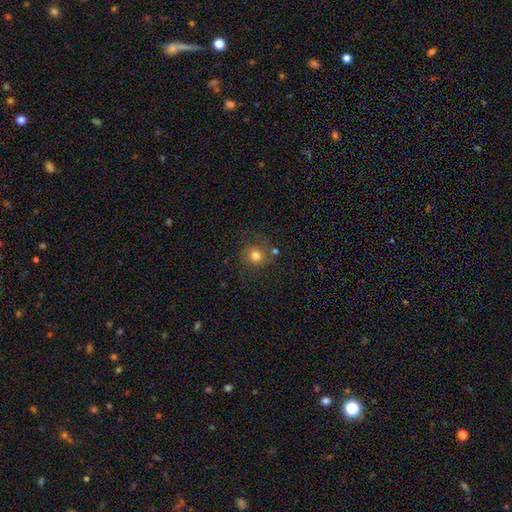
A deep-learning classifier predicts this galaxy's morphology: This appears to be a smooth galaxy with no disk features (66%) that is round (88%). Merging: none (69%).